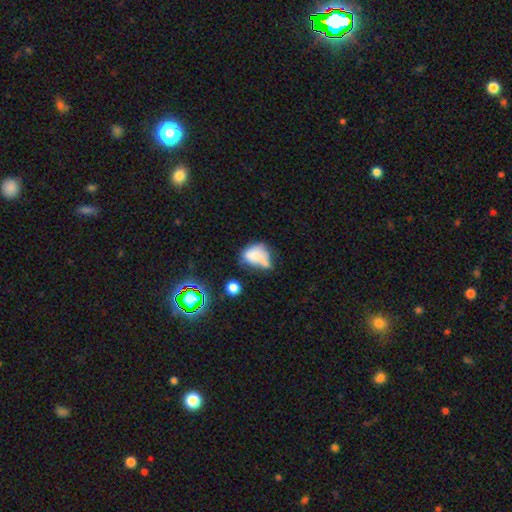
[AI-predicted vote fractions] Q: Smooth or featured?
A: smooth (64%); runner-up: featured or disk (23%)
Q: How rounded?
A: in between (66%); runner-up: round (32%)
Q: Merging?
A: merger (27%); tied with: minor disturbance (27%)